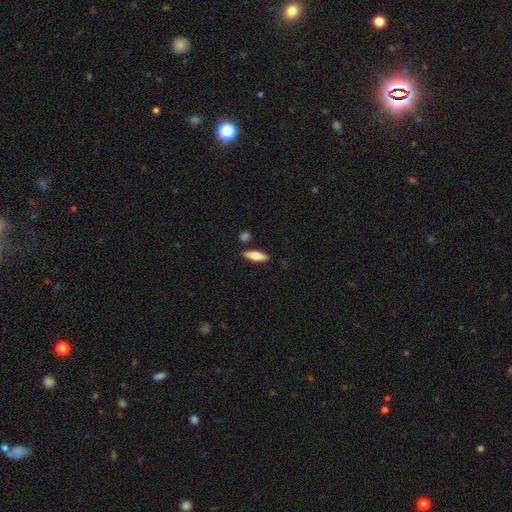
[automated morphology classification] Q: Smooth or featured?
A: smooth (69%); runner-up: featured or disk (26%)
Q: How rounded?
A: in between (53%); runner-up: cigar-shaped (44%)
Q: Merging?
A: none (84%); runner-up: minor disturbance (10%)